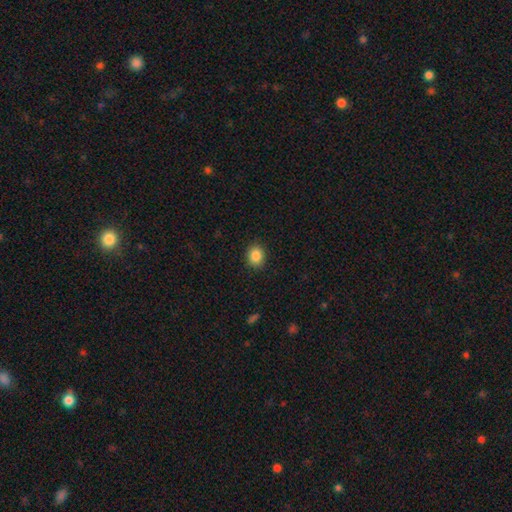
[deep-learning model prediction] smooth 87%, star or artifact 9%, featured or disk 4%. Down the decision tree: how rounded — round (62%); merging — none (89%).